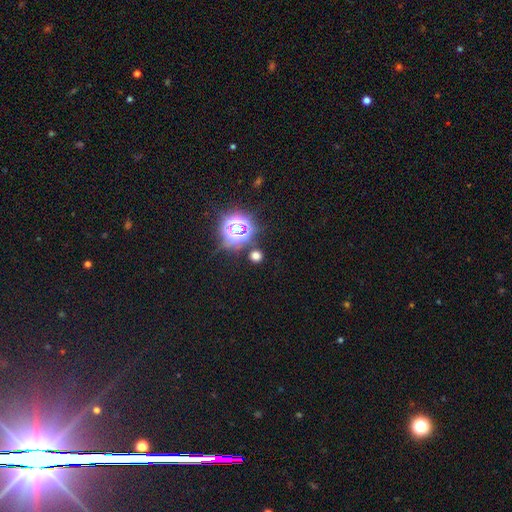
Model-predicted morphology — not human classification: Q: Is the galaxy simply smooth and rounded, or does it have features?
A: smooth — 56%.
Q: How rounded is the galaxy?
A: round — 86%.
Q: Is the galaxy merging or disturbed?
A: none — 80%.